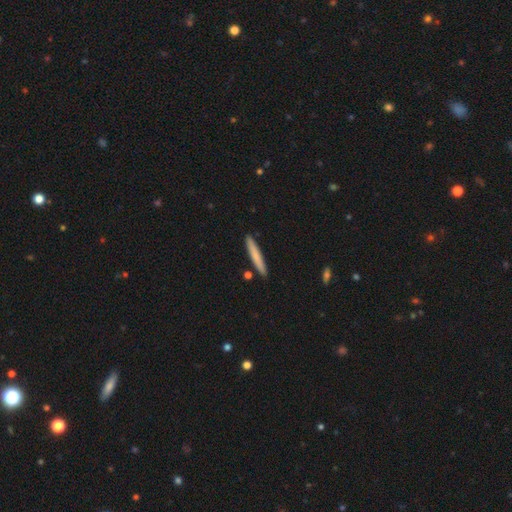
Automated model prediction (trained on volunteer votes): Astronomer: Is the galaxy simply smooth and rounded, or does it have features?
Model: smooth — 75%.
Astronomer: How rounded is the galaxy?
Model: cigar-shaped — 95%.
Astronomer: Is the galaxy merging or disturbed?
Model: none — 89%.